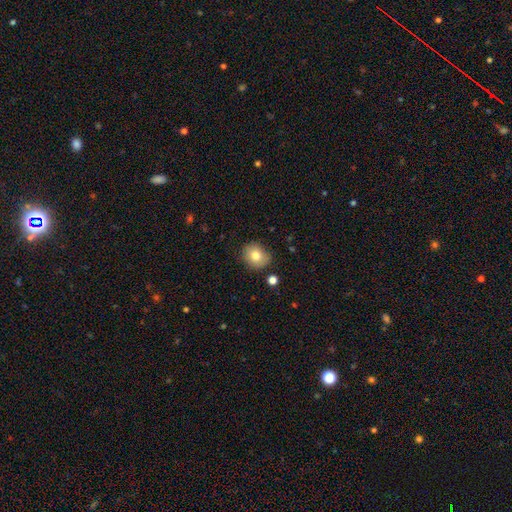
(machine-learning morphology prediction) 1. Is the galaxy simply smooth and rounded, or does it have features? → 78% smooth, 12% featured or disk, 10% star or artifact.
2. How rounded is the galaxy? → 75% round, 24% in between, 1% cigar-shaped.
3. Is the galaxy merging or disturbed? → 82% none, 13% minor disturbance, 3% major disturbance, 2% merger.